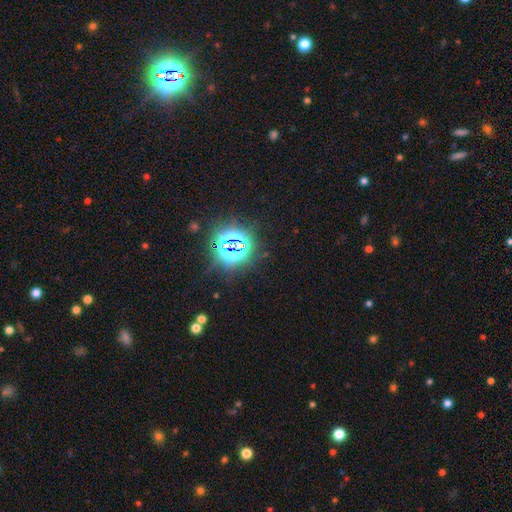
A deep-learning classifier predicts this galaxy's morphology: smooth_or_featured: star or artifact (p=0.84) [alt: smooth p=0.10]